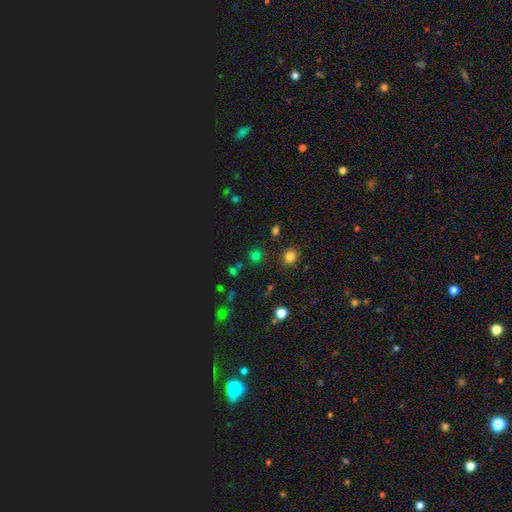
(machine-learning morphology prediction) smooth-or-featured: smooth: 63% | star or artifact: 31% | featured or disk: 5%
  how-rounded: round: 89% | in between: 9% | cigar-shaped: 1%
  merging: none: 81% | minor disturbance: 9% | merger: 7% | major disturbance: 4%